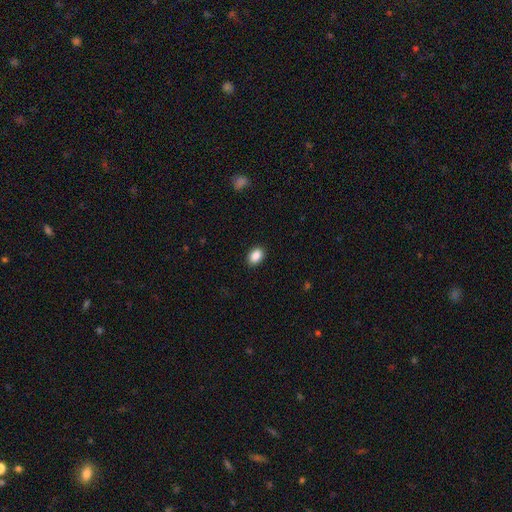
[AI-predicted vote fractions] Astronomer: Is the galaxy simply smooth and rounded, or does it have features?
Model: smooth — 89%.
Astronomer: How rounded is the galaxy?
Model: in between — 81%.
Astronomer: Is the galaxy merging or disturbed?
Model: none — 89%.